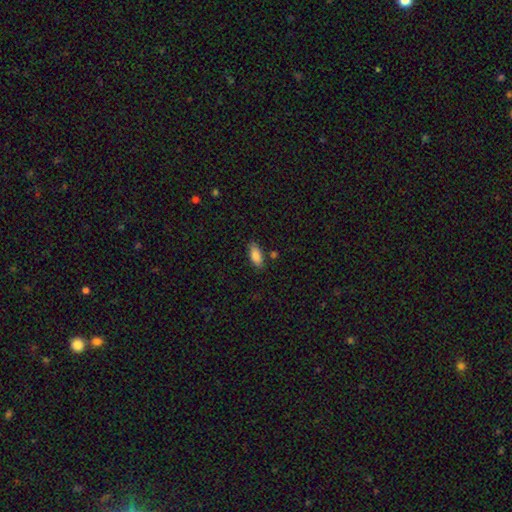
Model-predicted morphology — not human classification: smooth 85%, featured or disk 8%, star or artifact 7%. Down the decision tree: how rounded — in between (85%); merging — none (81%).